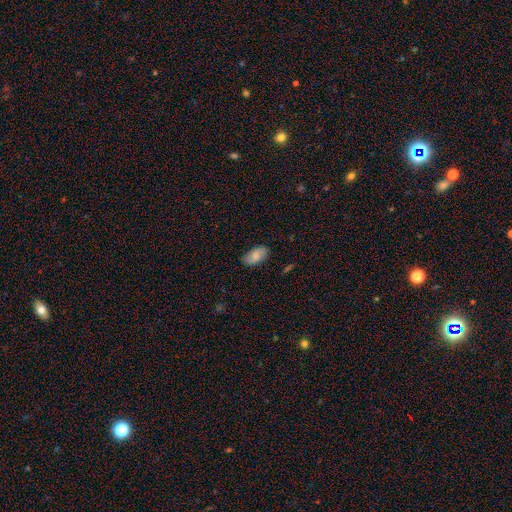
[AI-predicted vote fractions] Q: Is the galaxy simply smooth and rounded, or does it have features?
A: smooth — 81%.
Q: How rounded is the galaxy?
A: in between — 94%.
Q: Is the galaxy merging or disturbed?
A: none — 81%.